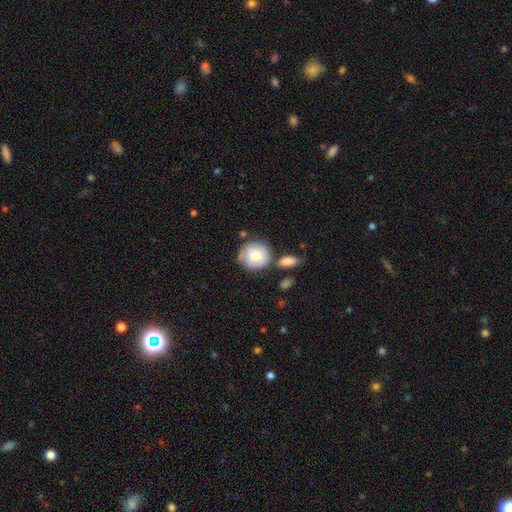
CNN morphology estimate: Smooth or featured? Predicted: smooth (p=0.69). How rounded? Predicted: round (p=0.89). Merging? Predicted: none (p=0.59).